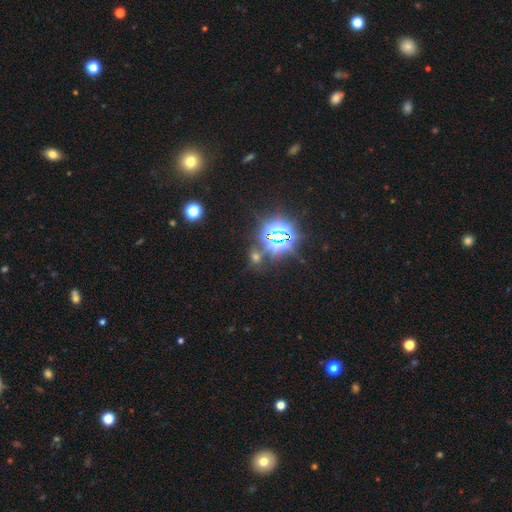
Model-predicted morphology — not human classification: A star or artifact, not a galaxy (71%).